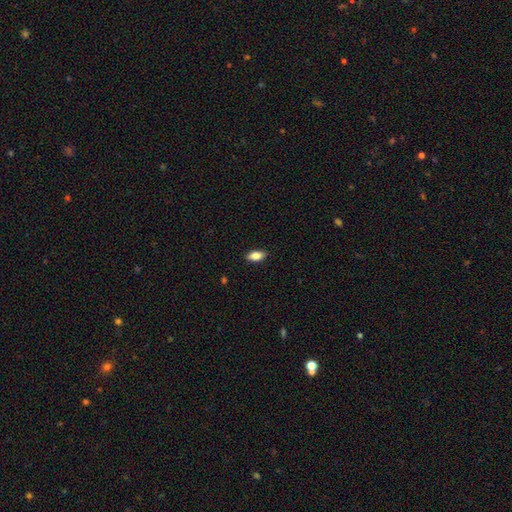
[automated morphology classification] smooth 83%, featured or disk 10%, star or artifact 7%. Down the decision tree: how rounded — in between (88%); merging — none (88%).